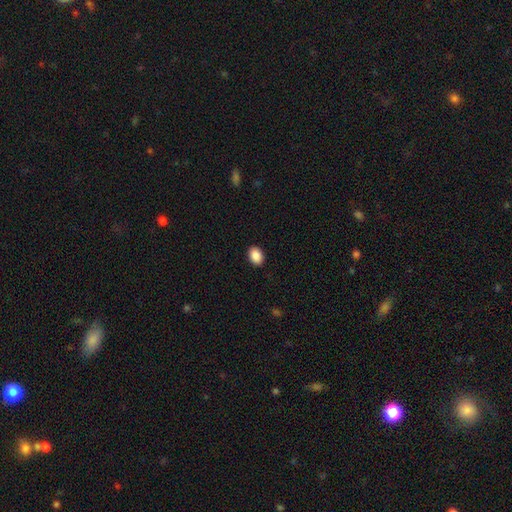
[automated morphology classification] A smooth galaxy with no disk features (89%) that is in between round and cigar-shaped (81%). Merging: none (90%).